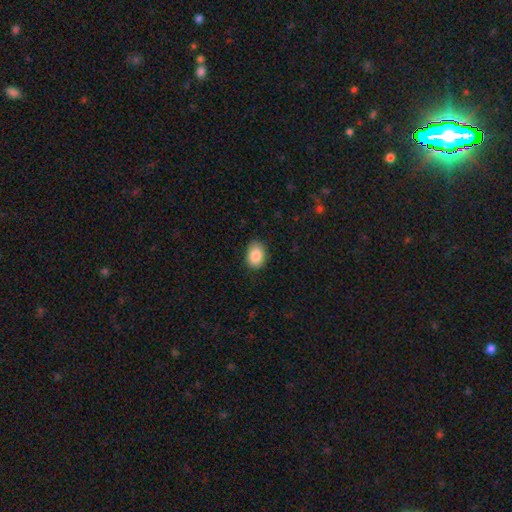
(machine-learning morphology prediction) This appears to be a smooth galaxy with no disk features (87%) that is in between round and cigar-shaped (72%). Merging: none (85%).